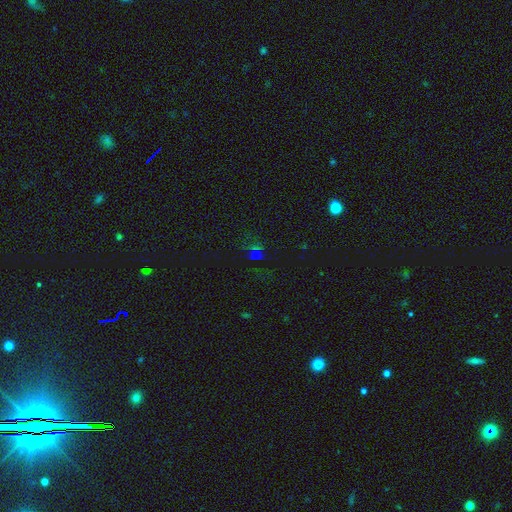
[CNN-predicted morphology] type=star or artifact (58%).